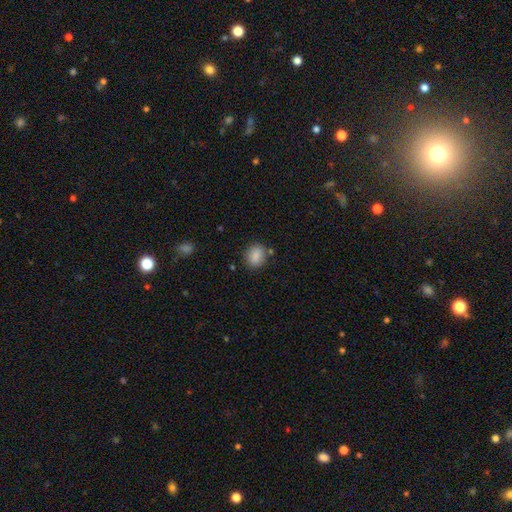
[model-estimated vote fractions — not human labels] Q: Smooth or featured?
A: smooth (87%); runner-up: star or artifact (9%)
Q: How rounded?
A: round (57%); runner-up: in between (42%)
Q: Merging?
A: none (81%); runner-up: minor disturbance (11%)